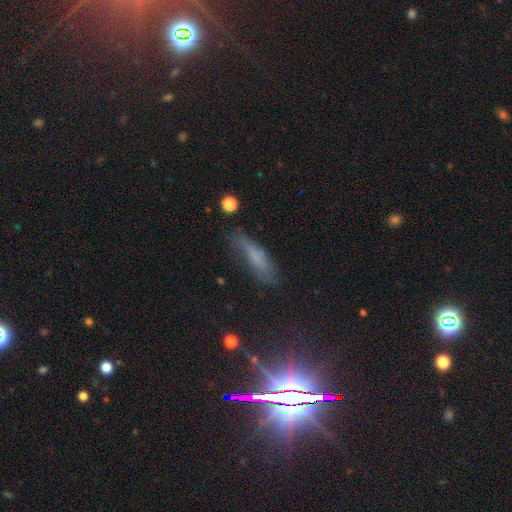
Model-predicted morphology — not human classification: Smooth or featured?
  - smooth: 57% *
  - featured or disk: 27%
  - star or artifact: 16%
How rounded?
  - cigar-shaped: 64% *
  - in between: 33%
  - round: 3%
Merging?
  - none: 55% *
  - minor disturbance: 28%
  - major disturbance: 13%
  - merger: 3%